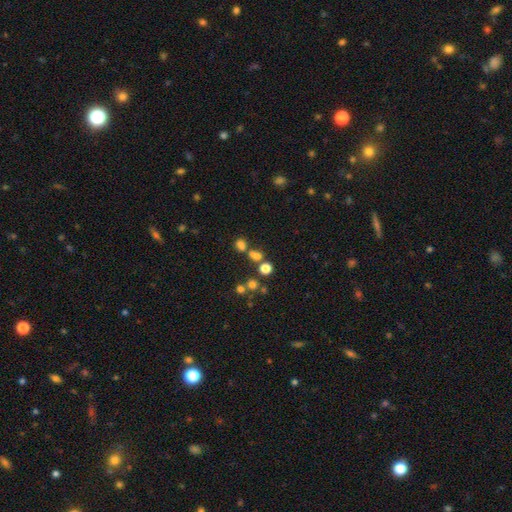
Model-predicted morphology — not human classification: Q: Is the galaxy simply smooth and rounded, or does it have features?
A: smooth — 60%.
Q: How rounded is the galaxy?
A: round — 74%.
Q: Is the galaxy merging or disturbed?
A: none — 52%.